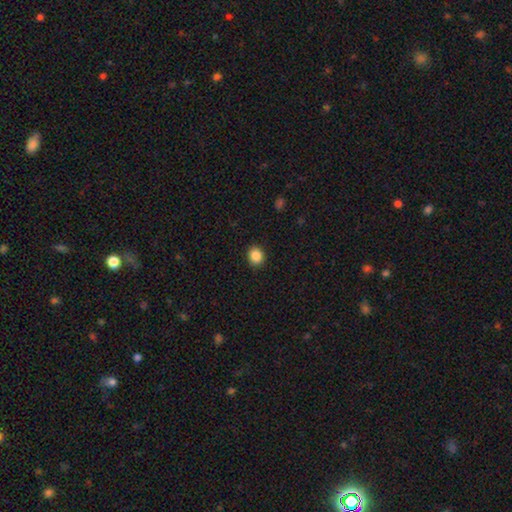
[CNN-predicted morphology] Smooth or featured? smooth (87%)
How rounded? round (70%)
Merging? none (91%)